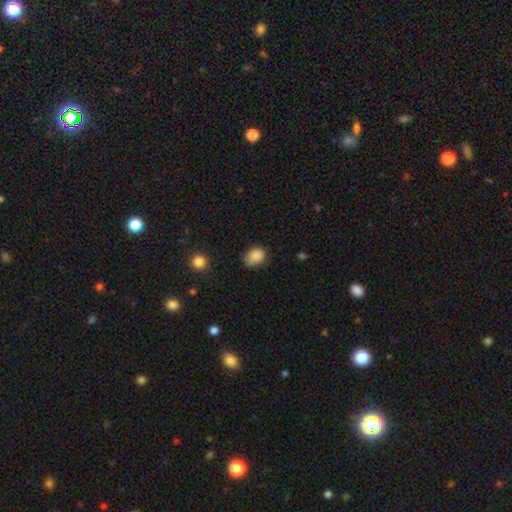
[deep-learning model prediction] A smooth galaxy with no disk features (87%) that is in between round and cigar-shaped (63%).

Vote fractions:
- Smooth or featured? smooth: 87% / star or artifact: 9% / featured or disk: 4%
- How rounded? in between: 63% / round: 36% / cigar-shaped: 1%
- Merging? none: 66% / minor disturbance: 27% / major disturbance: 5% / merger: 2%